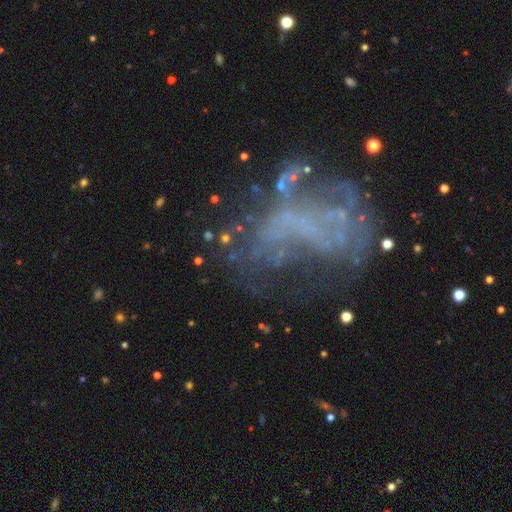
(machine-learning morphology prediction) This appears to be a featured or disk galaxy (58%) with no bar (84%), no spiral arms (82%) and no central bulge (80%). Merging: major disturbance (40%).